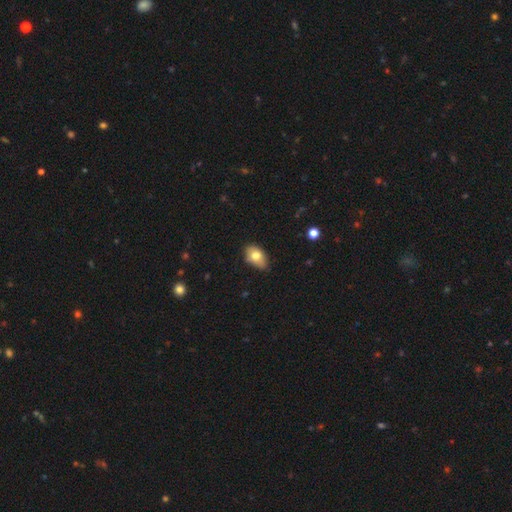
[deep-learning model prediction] Morphology: type=smooth (76%); roundness=in between (86%); merging=none (59%).